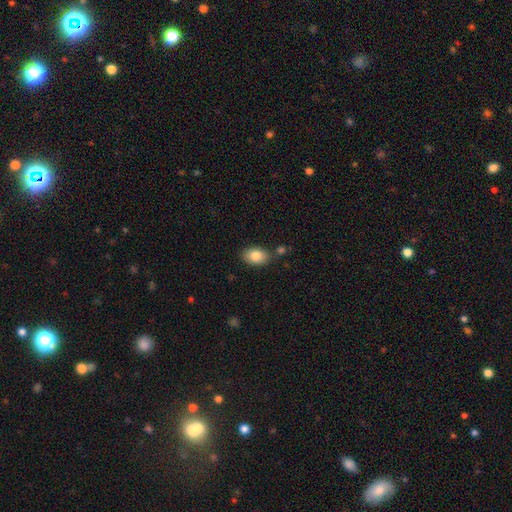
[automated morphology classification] smooth-or-featured: smooth: 84% | featured or disk: 9% | star or artifact: 7%
  how-rounded: in between: 85% | round: 14% | cigar-shaped: 1%
  merging: none: 78% | minor disturbance: 13% | merger: 7% | major disturbance: 3%